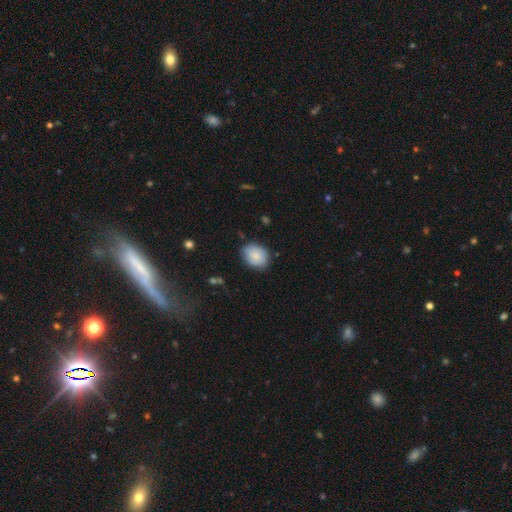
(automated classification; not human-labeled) Morphology: type=smooth (79%); roundness=in between (58%); merging=none (75%).